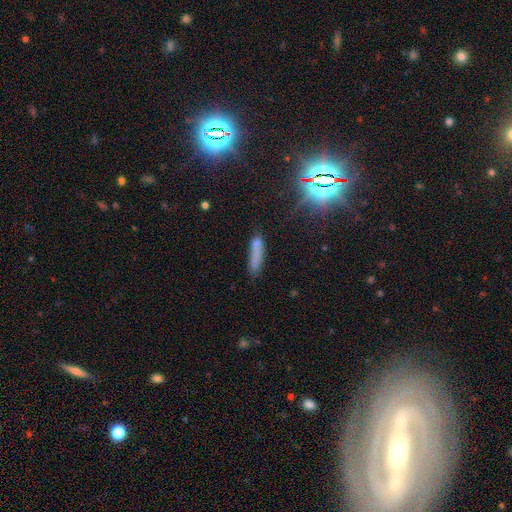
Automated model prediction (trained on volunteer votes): Smooth or featured? smooth (51%)
How rounded? cigar-shaped (87%)
Merging? none (74%)